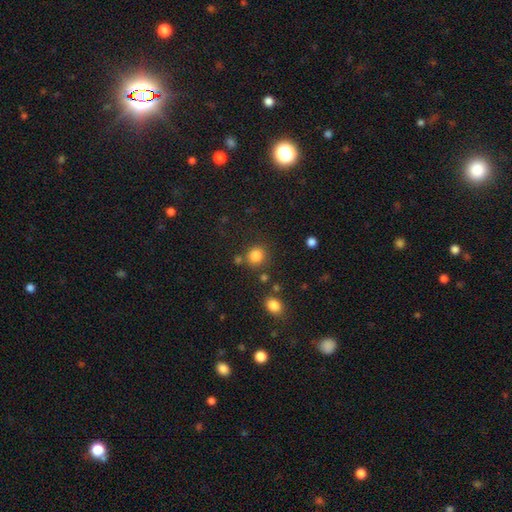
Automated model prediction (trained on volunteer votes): Overall: smooth (83%). How rounded: round (85%). Merging: none (77%).